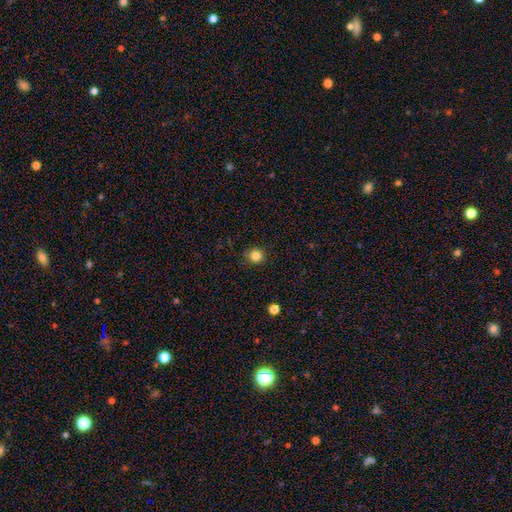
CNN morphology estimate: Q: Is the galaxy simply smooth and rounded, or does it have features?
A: smooth — 84%.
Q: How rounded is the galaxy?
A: round — 90%.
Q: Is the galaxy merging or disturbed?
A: none — 87%.